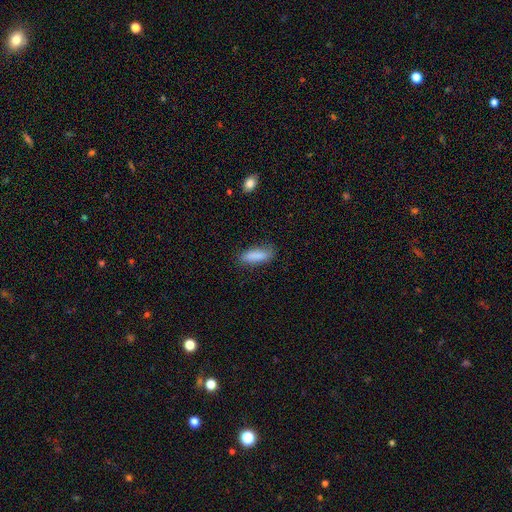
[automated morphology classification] smooth 86%, star or artifact 7%, featured or disk 7%. Down the decision tree: how rounded — in between (61%); merging — none (76%).